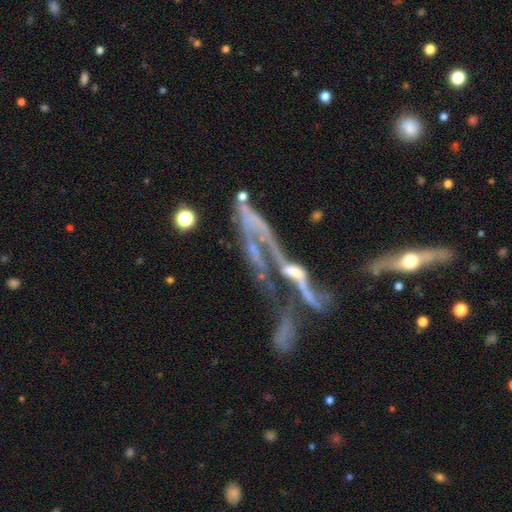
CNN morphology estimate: smooth_or_featured: featured or disk (p=0.73) [alt: star or artifact p=0.14]
disk_edge_on: no (p=0.75) [alt: yes p=0.25]
bar: no (p=0.66) [alt: weak p=0.19]
has_spiral_arms: yes (p=0.55) [alt: no p=0.45]
bulge_size: none (p=0.38) [alt: small p=0.30]
merging: merger (p=0.45) [alt: major disturbance p=0.30]